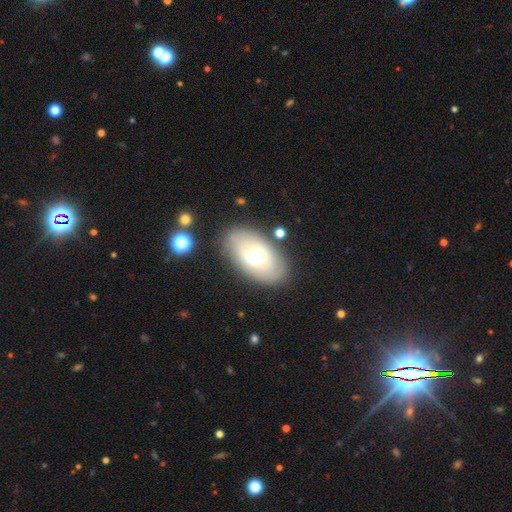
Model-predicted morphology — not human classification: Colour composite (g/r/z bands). It shows a smooth galaxy with no disk features (56%) that is in between round and cigar-shaped (91%). Merging: none (81%).